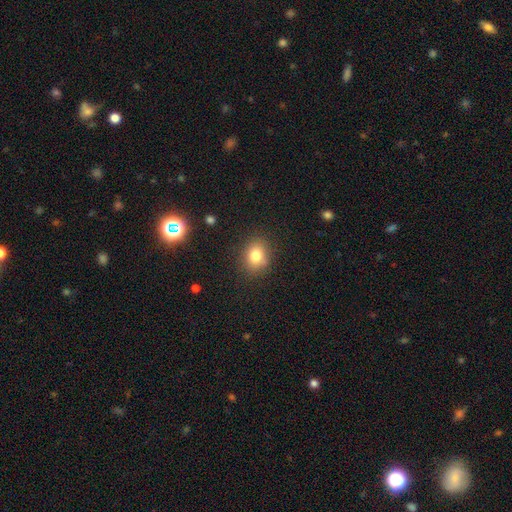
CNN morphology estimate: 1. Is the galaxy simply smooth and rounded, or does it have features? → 80% smooth, 11% star or artifact, 9% featured or disk.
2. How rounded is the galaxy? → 51% round, 48% in between, 1% cigar-shaped.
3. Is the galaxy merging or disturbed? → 82% none, 12% minor disturbance, 3% major disturbance, 3% merger.